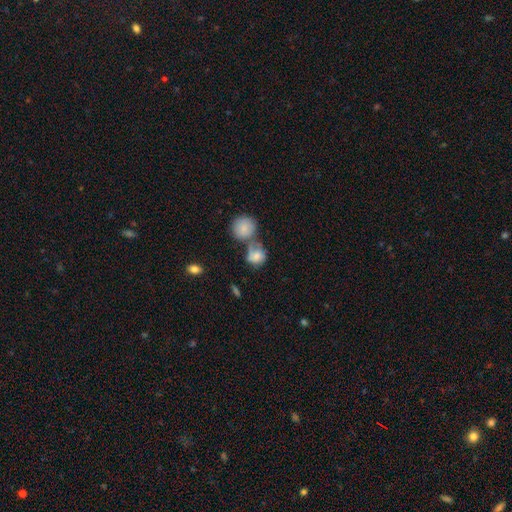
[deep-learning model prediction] This appears to be a smooth galaxy with no disk features (76%) that is round (65%). Merging: merger (52%).